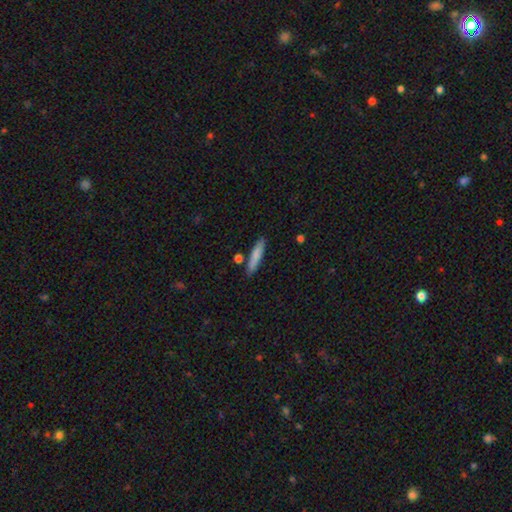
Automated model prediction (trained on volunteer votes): smooth 78%, featured or disk 16%, star or artifact 6%. Down the decision tree: how rounded — cigar-shaped (87%); merging — none (83%).